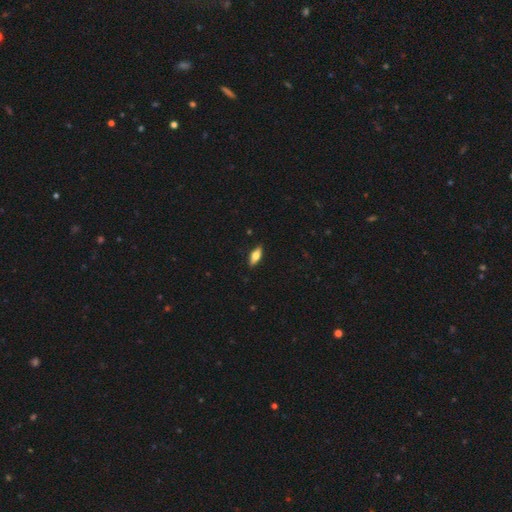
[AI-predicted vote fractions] The model was most divided on "smooth or featured": smooth: 67%, featured or disk: 27%, star or artifact: 6%. More confident: merging — none (88%); how rounded — in between (69%).